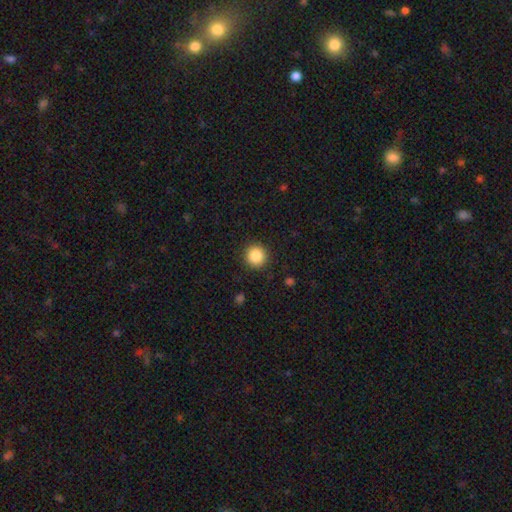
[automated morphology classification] Smooth or featured?
  - smooth: 87% *
  - star or artifact: 9%
  - featured or disk: 4%
How rounded?
  - round: 94% *
  - in between: 5%
  - cigar-shaped: 1%
Merging?
  - none: 91% *
  - minor disturbance: 6%
  - major disturbance: 2%
  - merger: 1%